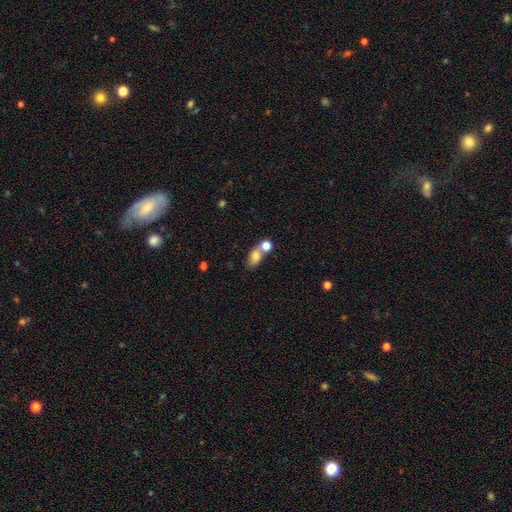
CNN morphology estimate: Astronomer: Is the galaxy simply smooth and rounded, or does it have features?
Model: smooth — 75%.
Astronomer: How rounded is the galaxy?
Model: in between — 73%.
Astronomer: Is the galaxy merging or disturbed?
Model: merger — 45% (runner-up: none, 38%).